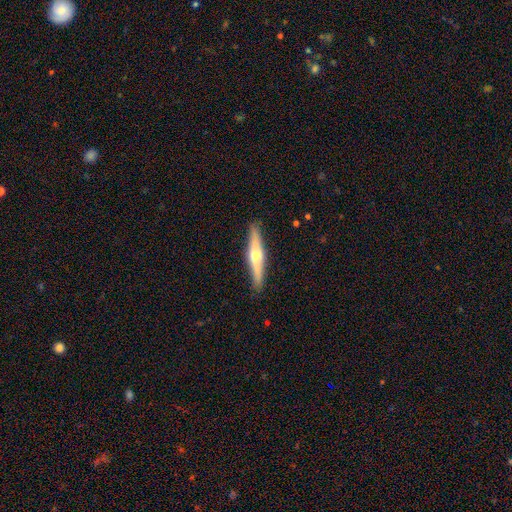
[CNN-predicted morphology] smooth_or_featured: featured or disk (p=0.65) [alt: smooth p=0.30]
disk_edge_on: yes (p=0.97) [alt: no p=0.03]
edge_on_bulge: rounded (p=0.92) [alt: boxy p=0.04]
merging: none (p=0.90) [alt: minor disturbance p=0.08]